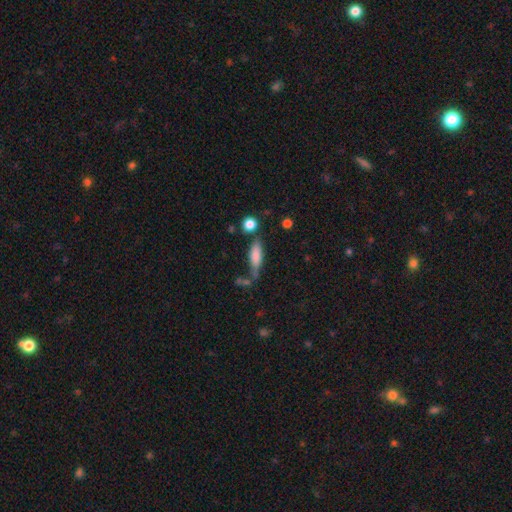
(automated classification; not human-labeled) Smooth or featured?
  - smooth: 75% *
  - featured or disk: 18%
  - star or artifact: 8%
How rounded?
  - in between: 52% *
  - cigar-shaped: 45%
  - round: 3%
Merging?
  - none: 52% *
  - minor disturbance: 25%
  - merger: 13%
  - major disturbance: 10%